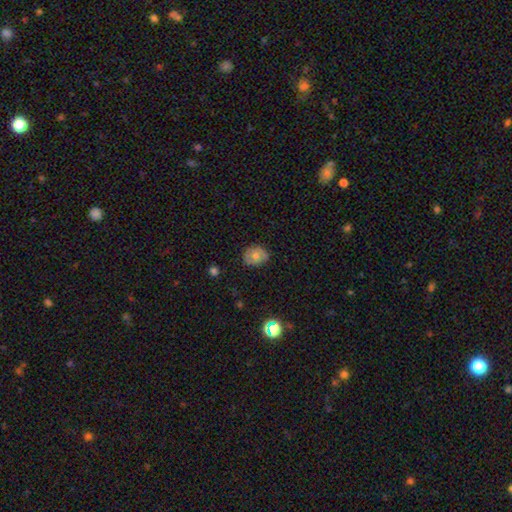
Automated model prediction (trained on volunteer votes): This is likely a smooth galaxy (60%). How rounded: possibly round (57%). Merging: likely none (77%).